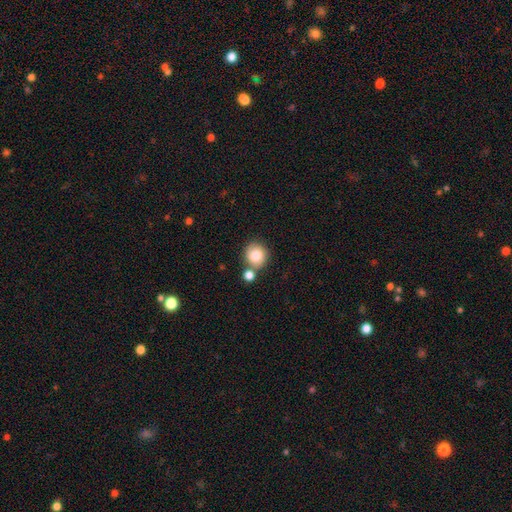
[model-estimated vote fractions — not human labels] Smooth or featured? smooth (80%)
How rounded? round (87%)
Merging? none (60%)